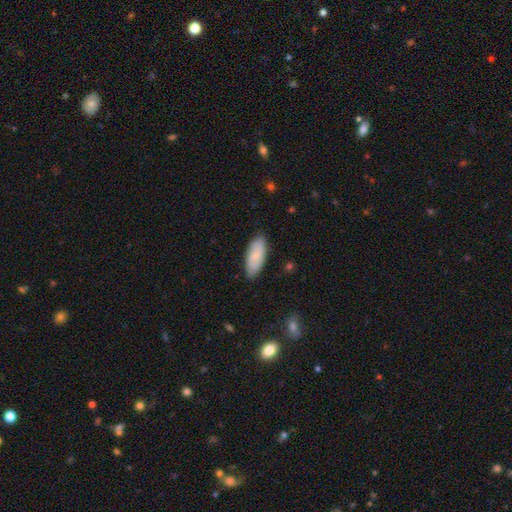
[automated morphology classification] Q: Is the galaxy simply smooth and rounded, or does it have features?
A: smooth — 80%.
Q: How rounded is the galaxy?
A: in between — 82%.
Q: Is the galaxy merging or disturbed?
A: none — 84%.